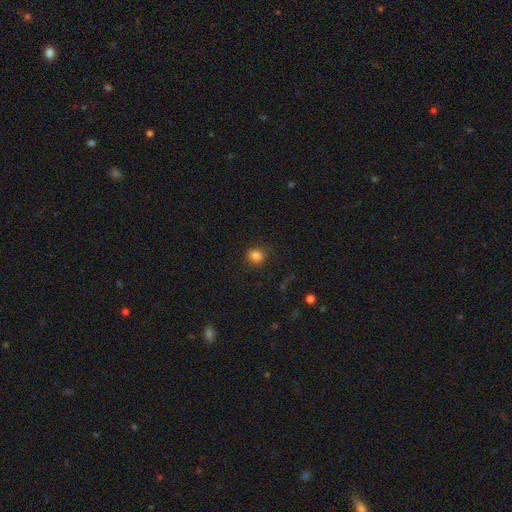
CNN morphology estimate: smooth-or-featured: smooth: 83% | star or artifact: 12% | featured or disk: 5%
  how-rounded: round: 66% | in between: 33% | cigar-shaped: 1%
  merging: none: 81% | minor disturbance: 13% | major disturbance: 4% | merger: 1%